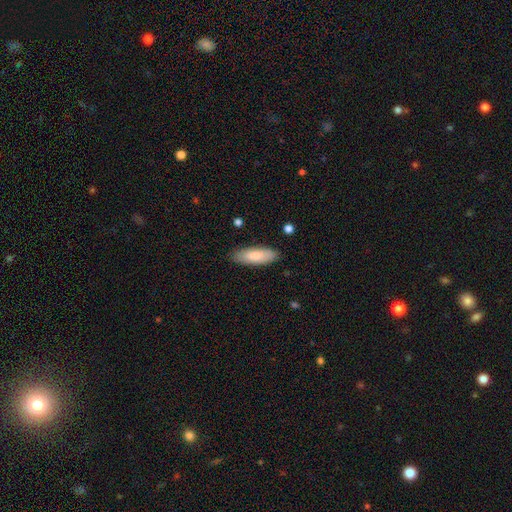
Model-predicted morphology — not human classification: smooth-or-featured: smooth: 82% | featured or disk: 12% | star or artifact: 6%
  how-rounded: in between: 59% | cigar-shaped: 39% | round: 1%
  merging: none: 86% | minor disturbance: 10% | major disturbance: 2% | merger: 1%